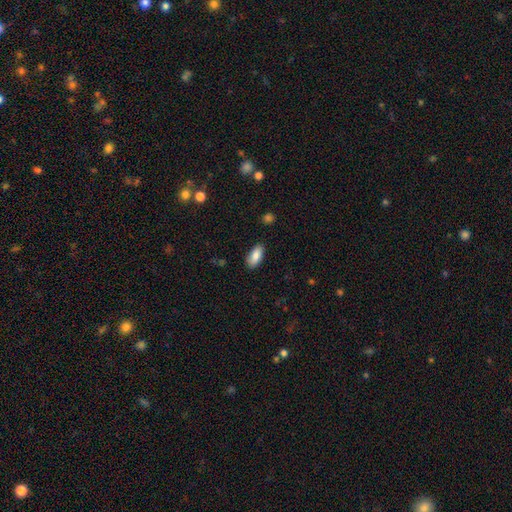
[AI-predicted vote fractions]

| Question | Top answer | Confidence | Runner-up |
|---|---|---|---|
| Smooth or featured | smooth | 86% | featured or disk (8%) |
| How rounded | in between | 89% | cigar-shaped (9%) |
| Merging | none | 84% | minor disturbance (12%) |